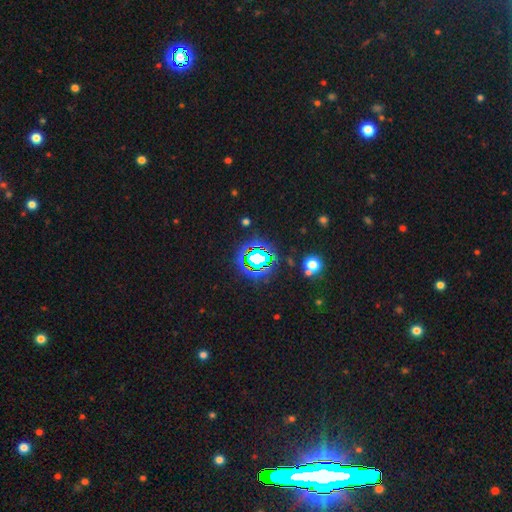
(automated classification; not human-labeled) Smooth or featured? star or artifact (69%)